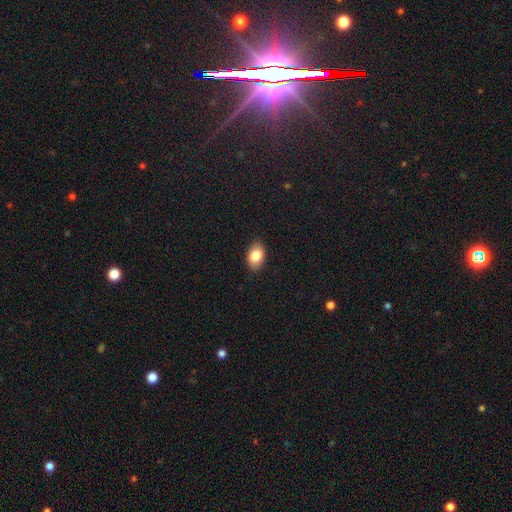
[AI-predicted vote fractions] Smooth or featured? Predicted: smooth (p=0.83). How rounded? Predicted: in between (p=0.86). Merging? Predicted: none (p=0.88).